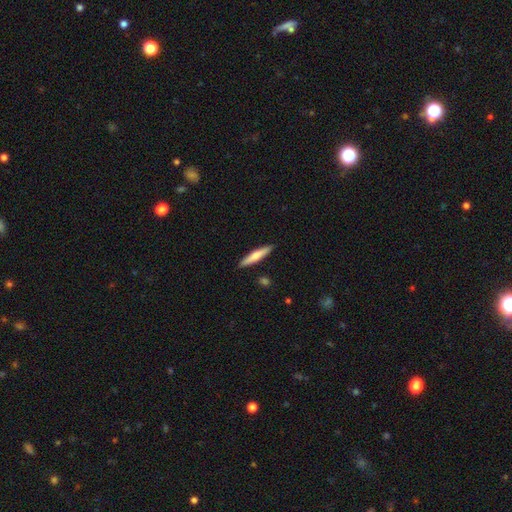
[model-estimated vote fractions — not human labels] Smooth or featured? Predicted: smooth (p=0.62). How rounded? Predicted: cigar-shaped (p=0.90). Merging? Predicted: none (p=0.90).